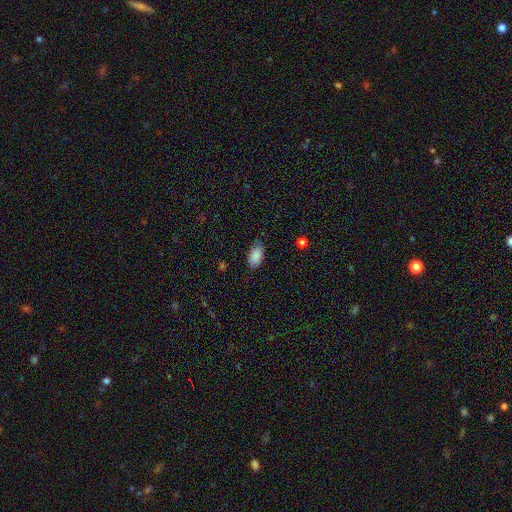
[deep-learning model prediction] Q: Smooth or featured?
A: smooth (87%); runner-up: star or artifact (7%)
Q: How rounded?
A: in between (93%); runner-up: cigar-shaped (3%)
Q: Merging?
A: none (74%); runner-up: minor disturbance (21%)